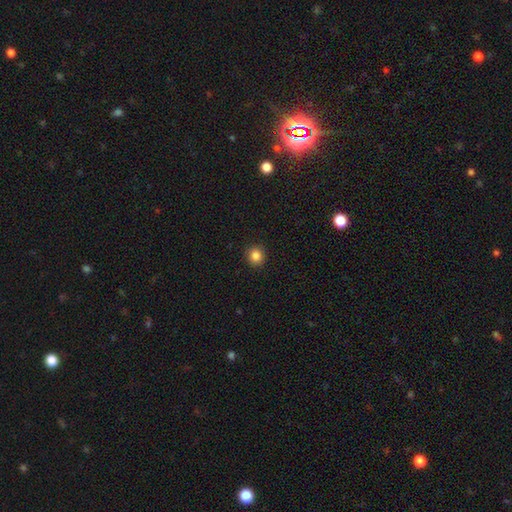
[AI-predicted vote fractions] A smooth galaxy with no disk features (85%) that is round (90%).

Vote fractions:
- Smooth or featured? smooth: 85% / star or artifact: 11% / featured or disk: 4%
- How rounded? round: 90% / in between: 9% / cigar-shaped: 1%
- Merging? none: 92% / minor disturbance: 6% / major disturbance: 2% / merger: 1%